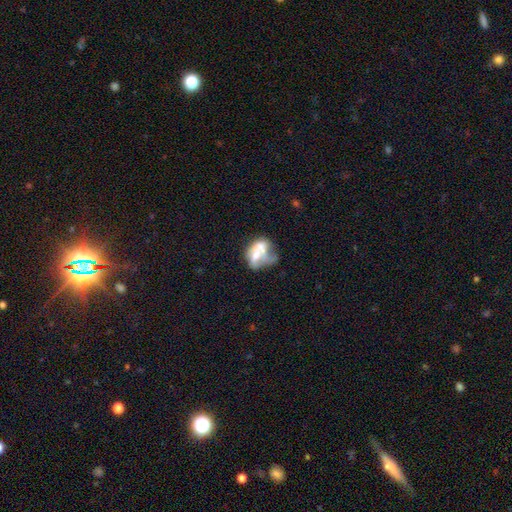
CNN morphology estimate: The model was most divided on "smooth or featured": featured or disk: 49%, smooth: 41%, star or artifact: 10%. Remaining: merging — merger (45%).